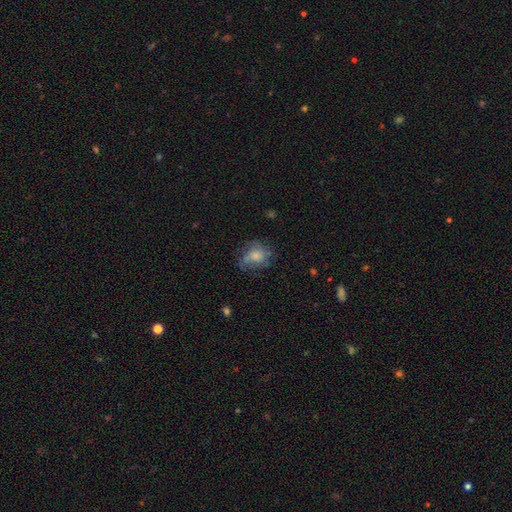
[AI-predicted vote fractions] Smooth or featured?
  - smooth: 58% *
  - featured or disk: 33%
  - star or artifact: 9%
How rounded?
  - round: 53% *
  - in between: 46%
  - cigar-shaped: 1%
Merging?
  - none: 55% *
  - minor disturbance: 26%
  - major disturbance: 18%
  - merger: 2%